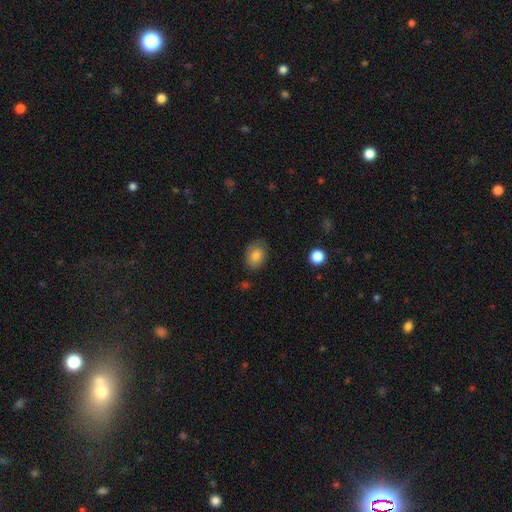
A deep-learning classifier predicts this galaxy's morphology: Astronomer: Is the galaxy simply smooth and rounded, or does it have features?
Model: smooth — 80%.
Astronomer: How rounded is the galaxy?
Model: in between — 68%.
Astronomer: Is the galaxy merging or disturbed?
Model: none — 72%.